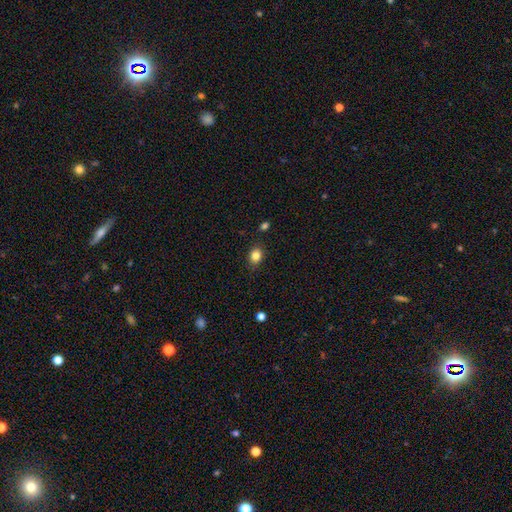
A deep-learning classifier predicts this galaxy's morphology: Q: Smooth or featured?
A: smooth (84%); runner-up: star or artifact (11%)
Q: How rounded?
A: in between (50%); runner-up: round (49%)
Q: Merging?
A: none (83%); runner-up: minor disturbance (13%)